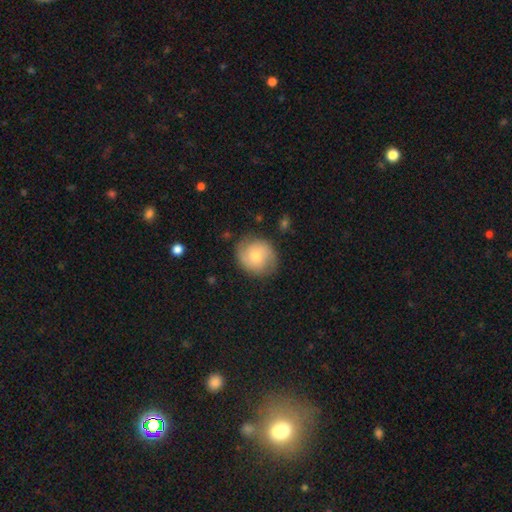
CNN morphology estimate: smooth_or_featured: featured or disk (p=0.49) [alt: smooth p=0.43]
merging: none (p=0.80) [alt: minor disturbance p=0.14]